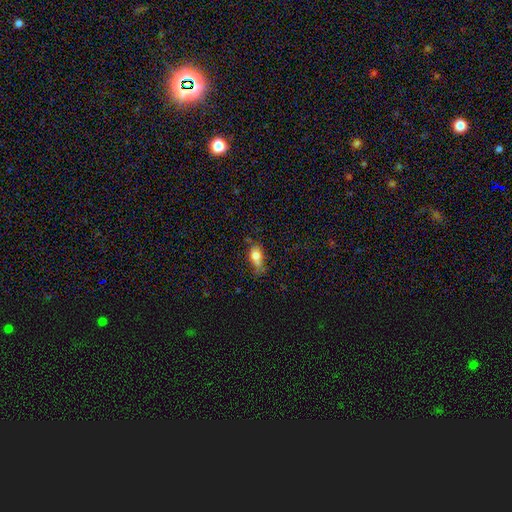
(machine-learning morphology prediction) smooth-or-featured: smooth: 76% | featured or disk: 14% | star or artifact: 9%
  how-rounded: in between: 81% | round: 11% | cigar-shaped: 8%
  merging: none: 49% | minor disturbance: 32% | major disturbance: 13% | merger: 6%